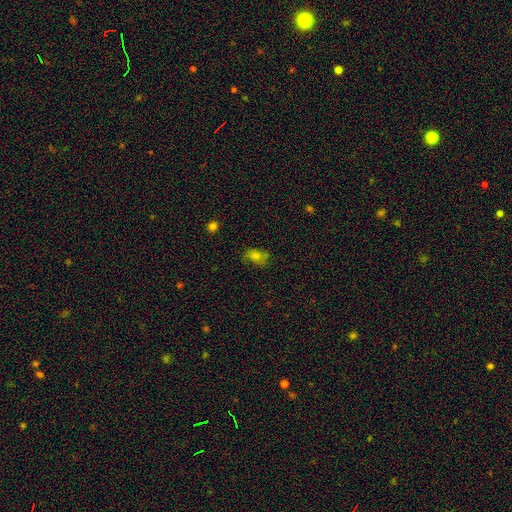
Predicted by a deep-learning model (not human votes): A smooth galaxy with no disk features (58%) that is in between round and cigar-shaped (72%). Merging: none (66%).